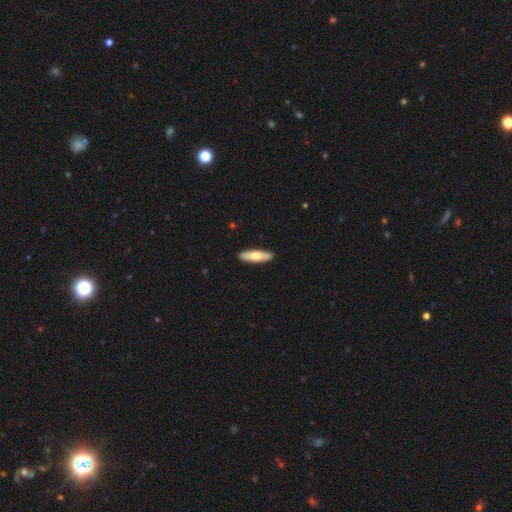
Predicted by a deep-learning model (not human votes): Morphology: type=smooth (72%); roundness=cigar-shaped (58%); merging=none (91%).